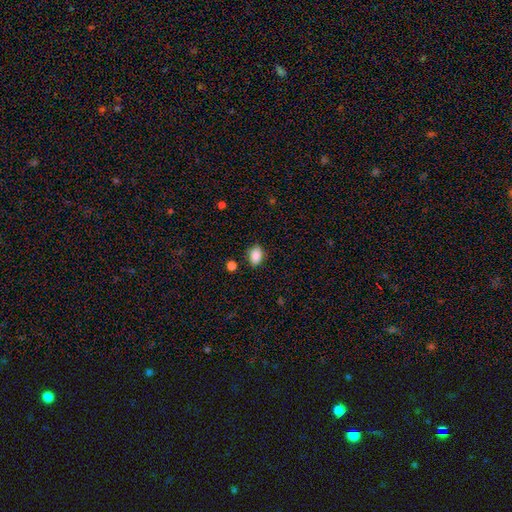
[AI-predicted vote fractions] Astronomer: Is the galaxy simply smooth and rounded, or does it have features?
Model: smooth — 88%.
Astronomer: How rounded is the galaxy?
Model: in between — 83%.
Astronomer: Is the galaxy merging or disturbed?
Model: none — 81%.